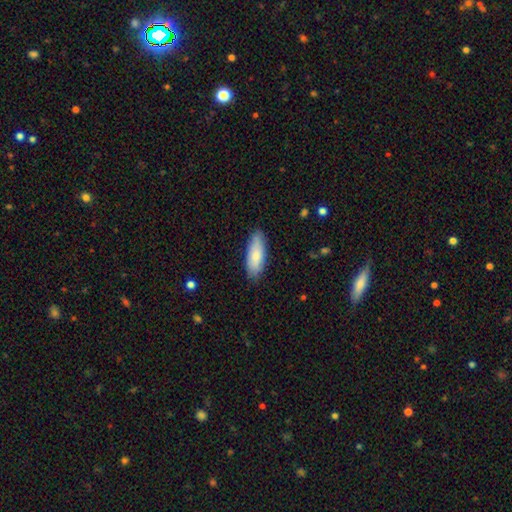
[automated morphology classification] A smooth galaxy with no disk features (79%) that is in between round and cigar-shaped (70%).

Vote fractions:
- Smooth or featured? smooth: 79% / featured or disk: 15% / star or artifact: 6%
- How rounded? in between: 70% / cigar-shaped: 28% / round: 2%
- Merging? none: 83% / minor disturbance: 14% / major disturbance: 2% / merger: 1%